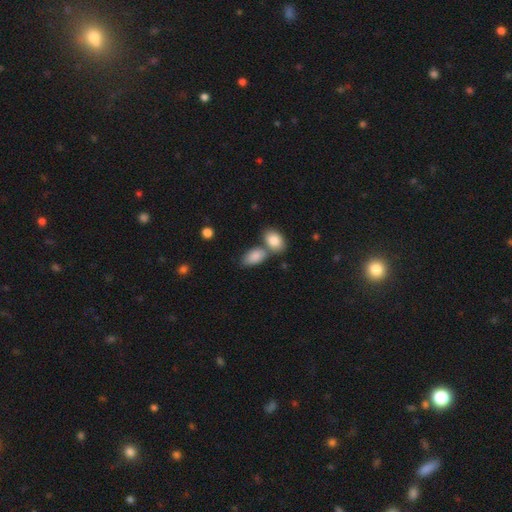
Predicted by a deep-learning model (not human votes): A smooth galaxy with no disk features (84%) that is in between round and cigar-shaped (90%). Merging: none (47%).